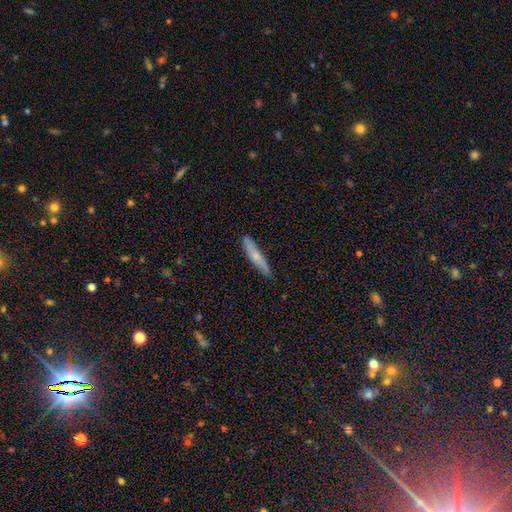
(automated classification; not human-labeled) A smooth galaxy with no disk features (59%) that is cigar-shaped (90%).

Vote fractions:
- Smooth or featured? smooth: 59% / featured or disk: 34% / star or artifact: 6%
- How rounded? cigar-shaped: 90% / in between: 8% / round: 2%
- Merging? none: 84% / minor disturbance: 13% / major disturbance: 2% / merger: 1%